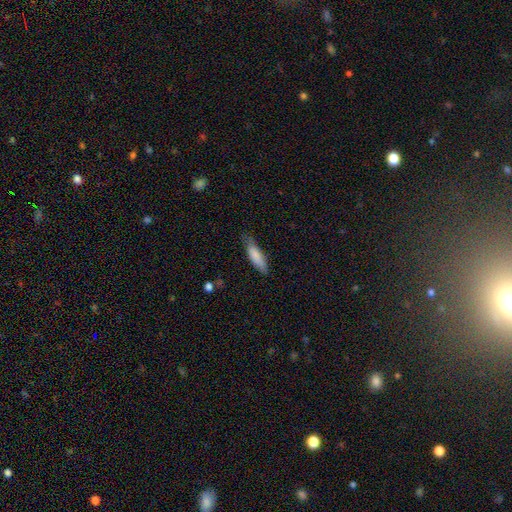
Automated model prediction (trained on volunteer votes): smooth 82%, featured or disk 12%, star or artifact 6%. Down the decision tree: how rounded — cigar-shaped (55%); merging — none (67%).